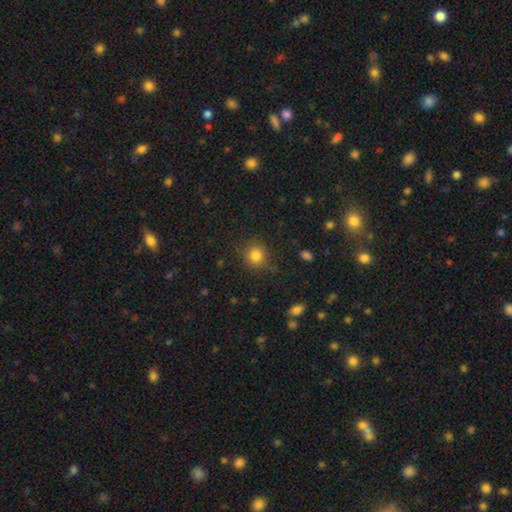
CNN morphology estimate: type=smooth (82%); roundness=round (89%); merging=none (84%).